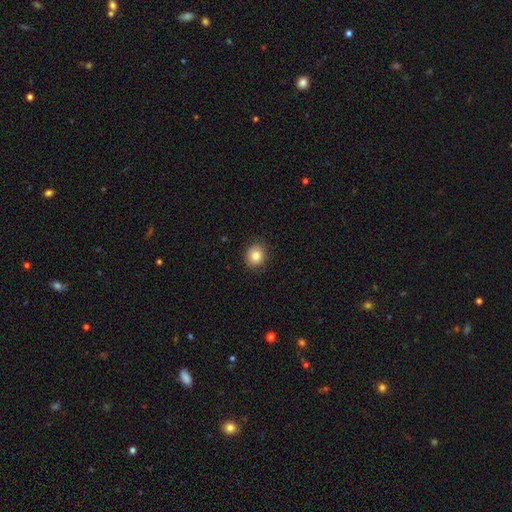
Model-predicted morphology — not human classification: Smooth or featured? Predicted: smooth (p=0.83). How rounded? Predicted: round (p=0.79). Merging? Predicted: none (p=0.90).